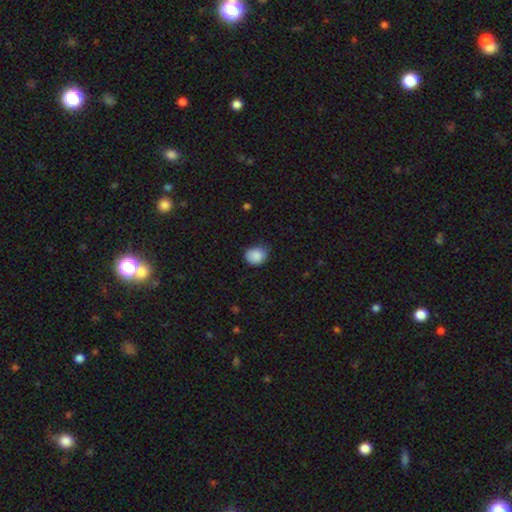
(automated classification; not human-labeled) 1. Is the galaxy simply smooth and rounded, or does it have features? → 88% smooth, 8% star or artifact, 4% featured or disk.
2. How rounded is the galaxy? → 59% round, 40% in between, 1% cigar-shaped.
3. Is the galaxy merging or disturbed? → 67% none, 28% minor disturbance, 4% major disturbance, 1% merger.